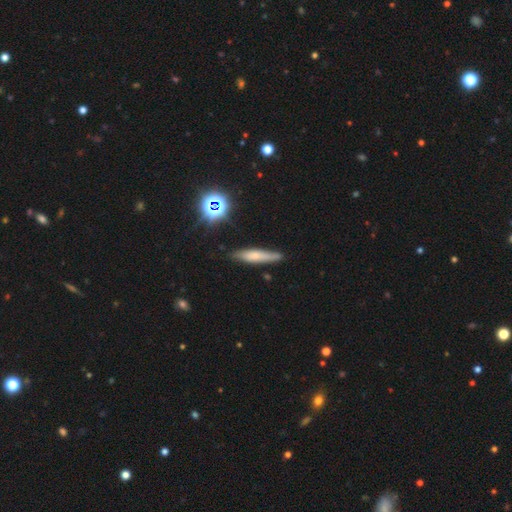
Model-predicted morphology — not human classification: A smooth galaxy with no disk features (57%) that is cigar-shaped (85%).

Vote fractions:
- Smooth or featured? smooth: 57% / featured or disk: 30% / star or artifact: 13%
- How rounded? cigar-shaped: 85% / in between: 12% / round: 3%
- Merging? none: 79% / minor disturbance: 16% / major disturbance: 3% / merger: 3%